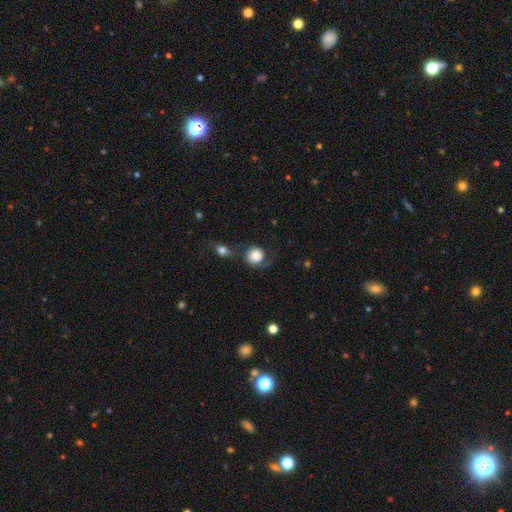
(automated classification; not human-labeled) A smooth galaxy with no disk features (71%) that is round (87%).

Vote fractions:
- Smooth or featured? smooth: 71% / featured or disk: 21% / star or artifact: 8%
- How rounded? round: 87% / in between: 12% / cigar-shaped: 1%
- Merging? none: 41% / major disturbance: 24% / minor disturbance: 19% / merger: 16%